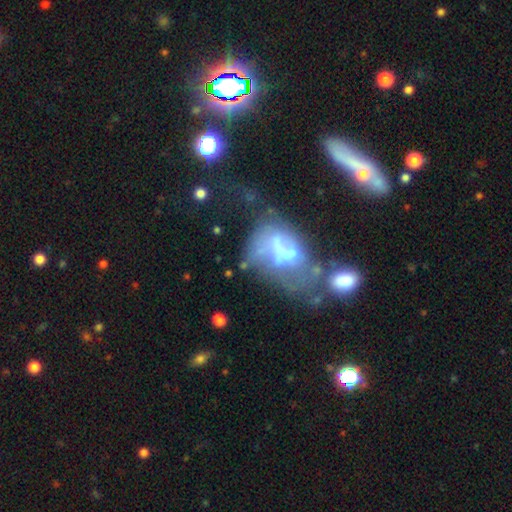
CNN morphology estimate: The model was most divided on "merging": merger: 37%, major disturbance: 34%, none: 16%, minor disturbance: 12%. More confident: edge-on disk — no (95%); smooth or featured — featured or disk (52%).